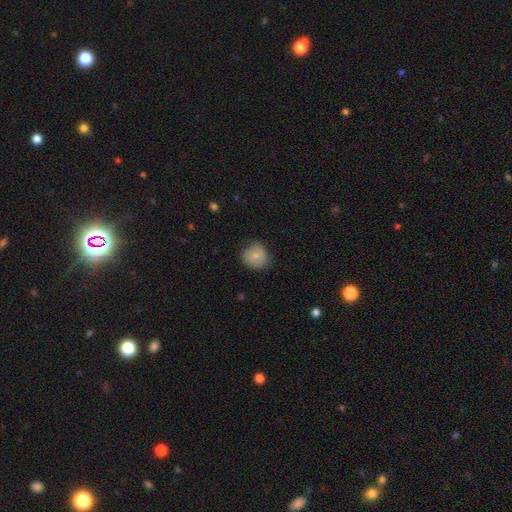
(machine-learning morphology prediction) Smooth or featured: smooth — 80% (featured or disk — 12%)
How rounded: round — 83% (in between — 16%)
Merging: none — 71% (minor disturbance — 23%)